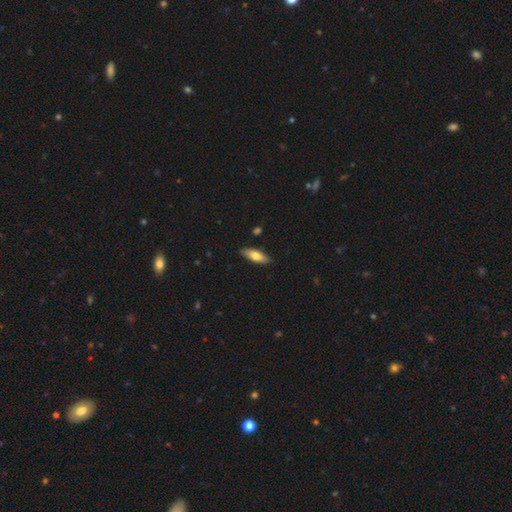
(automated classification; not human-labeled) Morphology: type=smooth (74%); roundness=in between (62%); merging=none (86%).